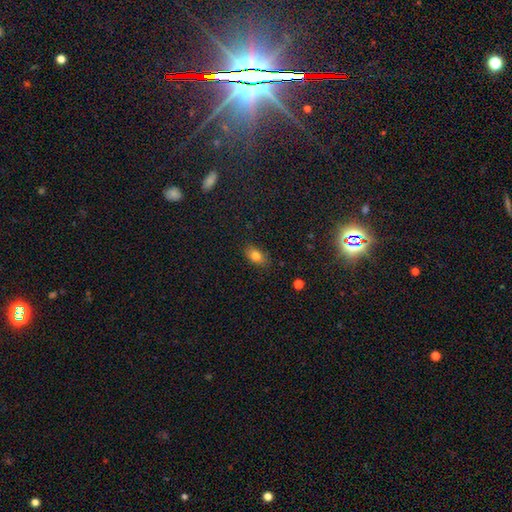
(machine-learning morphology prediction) Smooth or featured?
  - smooth: 81% *
  - star or artifact: 10%
  - featured or disk: 9%
How rounded?
  - in between: 86% *
  - round: 11%
  - cigar-shaped: 3%
Merging?
  - none: 82% *
  - minor disturbance: 14%
  - major disturbance: 3%
  - merger: 1%